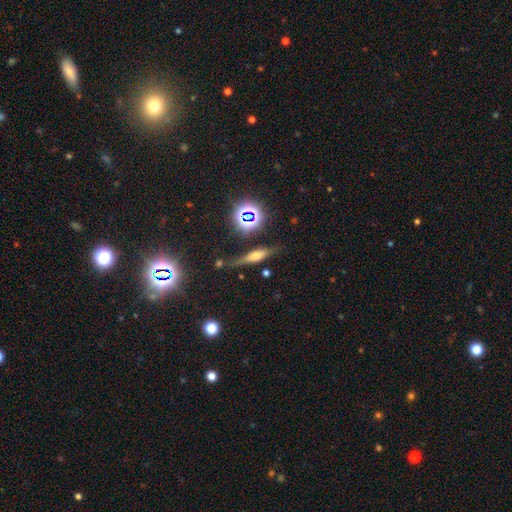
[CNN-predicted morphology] Overall: smooth (45%; featured or disk 36%). Merging: none (69%).